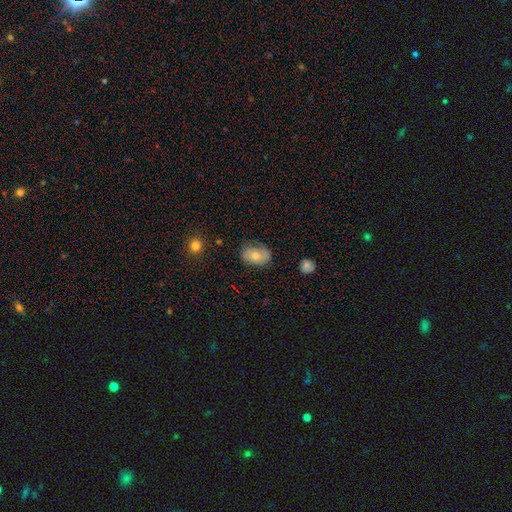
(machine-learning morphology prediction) This is likely a smooth galaxy (61%). How rounded: likely in between (77%). Merging: likely none (62%).